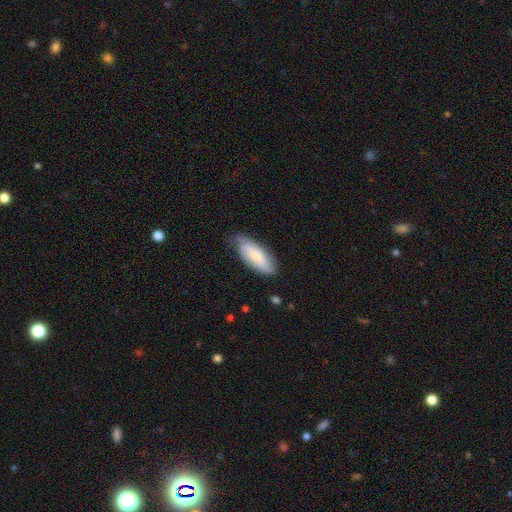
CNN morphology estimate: A smooth galaxy with no disk features (63%) that is in between round and cigar-shaped (81%).

Vote fractions:
- Smooth or featured? smooth: 63% / featured or disk: 32% / star or artifact: 6%
- How rounded? in between: 81% / cigar-shaped: 17% / round: 2%
- Merging? none: 61% / minor disturbance: 31% / major disturbance: 7% / merger: 1%